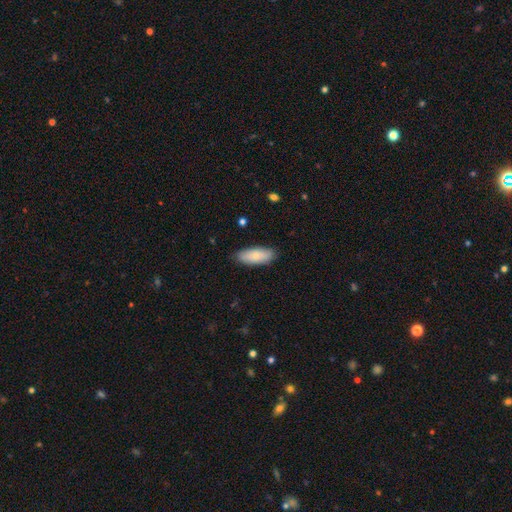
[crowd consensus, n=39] Smooth or featured? smooth (69%)
How rounded? in between (85%)
Merging? none (89%)